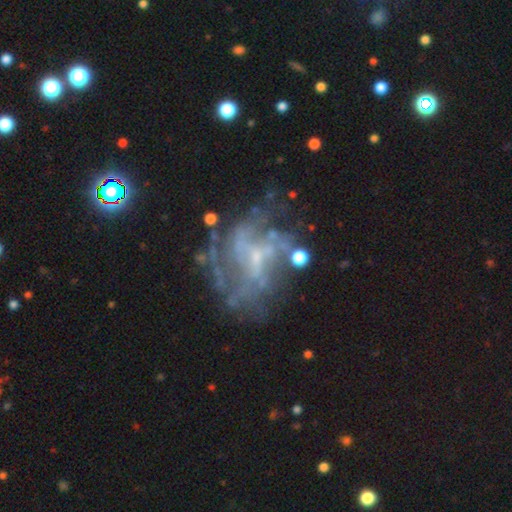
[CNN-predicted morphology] This appears to be a featured or disk galaxy (77%) with no bar (50%), medium (39%) spiral arms (69%) and a small central bulge (63%). Merging: none (53%).